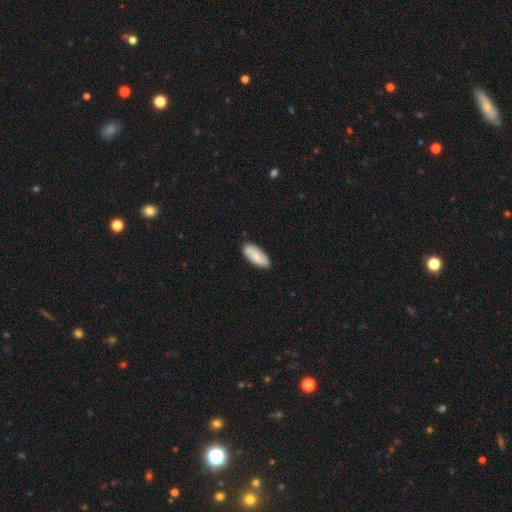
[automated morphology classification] A smooth galaxy with no disk features (75%) that is in between round and cigar-shaped (83%).

Vote fractions:
- Smooth or featured? smooth: 75% / featured or disk: 19% / star or artifact: 6%
- How rounded? in between: 83% / cigar-shaped: 15% / round: 2%
- Merging? none: 84% / minor disturbance: 13% / major disturbance: 2% / merger: 1%